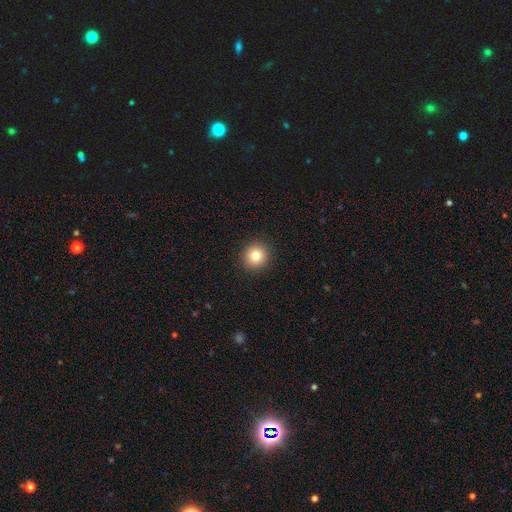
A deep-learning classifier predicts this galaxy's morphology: Smooth or featured?
  - smooth: 81% *
  - star or artifact: 11%
  - featured or disk: 7%
How rounded?
  - round: 93% *
  - in between: 6%
  - cigar-shaped: 1%
Merging?
  - none: 92% *
  - minor disturbance: 5%
  - major disturbance: 2%
  - merger: 1%